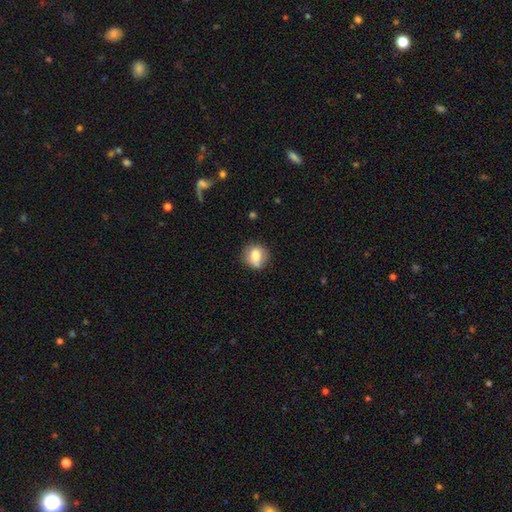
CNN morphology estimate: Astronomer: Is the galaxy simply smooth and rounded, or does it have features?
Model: smooth — 77%.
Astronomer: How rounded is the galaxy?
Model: round — 79%.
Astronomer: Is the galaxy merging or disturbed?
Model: none — 79%.